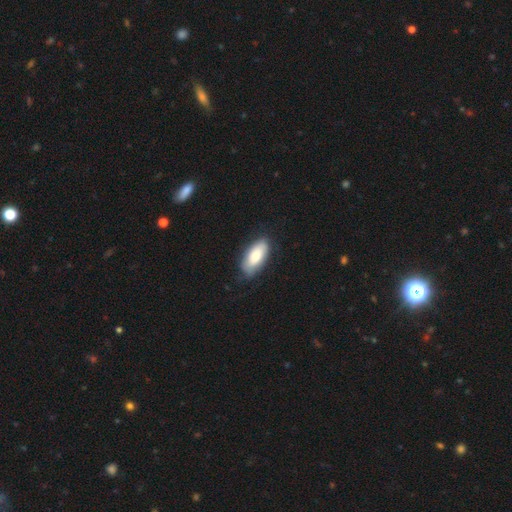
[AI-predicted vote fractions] A smooth galaxy with no disk features (76%) that is in between round and cigar-shaped (90%). Merging: none (77%).